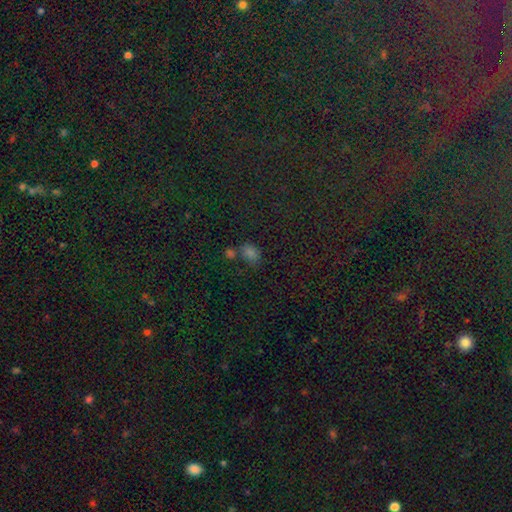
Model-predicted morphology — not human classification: Smooth or featured? Predicted: star or artifact (p=0.69).